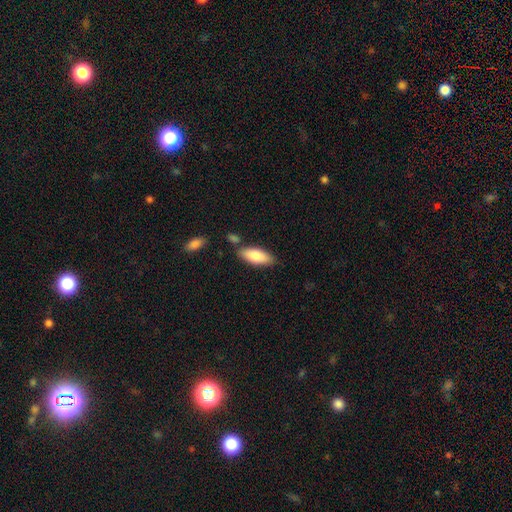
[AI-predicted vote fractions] Smooth or featured?
  - smooth: 80% *
  - featured or disk: 14%
  - star or artifact: 6%
How rounded?
  - in between: 76% *
  - cigar-shaped: 23%
  - round: 2%
Merging?
  - none: 77% *
  - minor disturbance: 13%
  - merger: 7%
  - major disturbance: 3%